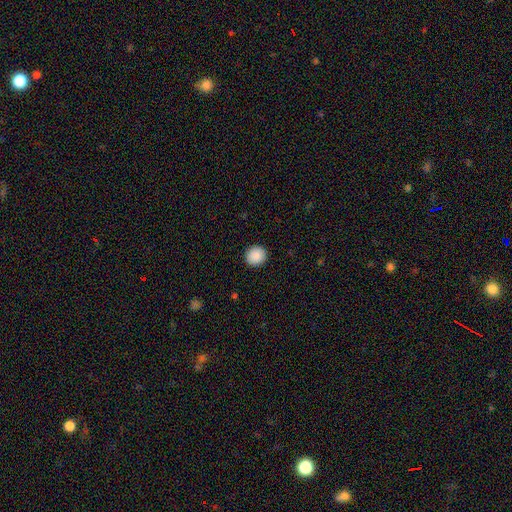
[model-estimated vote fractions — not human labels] Q: Smooth or featured?
A: smooth (90%); runner-up: star or artifact (8%)
Q: How rounded?
A: round (89%); runner-up: in between (10%)
Q: Merging?
A: none (92%); runner-up: minor disturbance (5%)